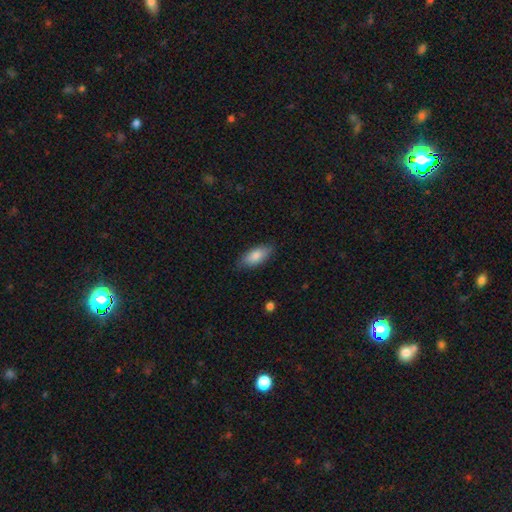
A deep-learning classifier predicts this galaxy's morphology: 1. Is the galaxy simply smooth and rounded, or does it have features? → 84% smooth, 10% featured or disk, 6% star or artifact.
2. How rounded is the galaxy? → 86% in between, 12% cigar-shaped, 2% round.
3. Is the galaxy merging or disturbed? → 81% none, 15% minor disturbance, 3% major disturbance, 1% merger.